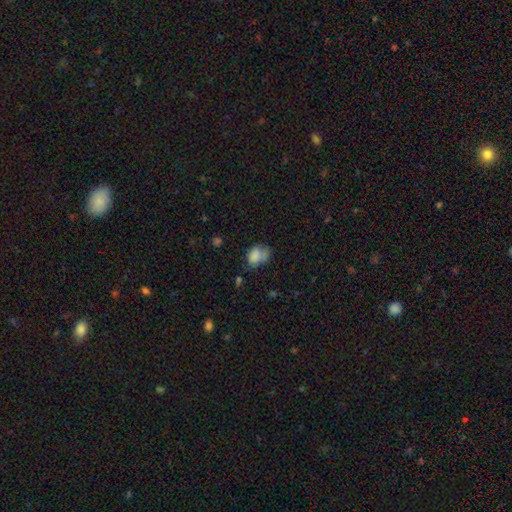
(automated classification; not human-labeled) Smooth or featured? smooth (77%)
How rounded? in between (70%)
Merging? none (38%)